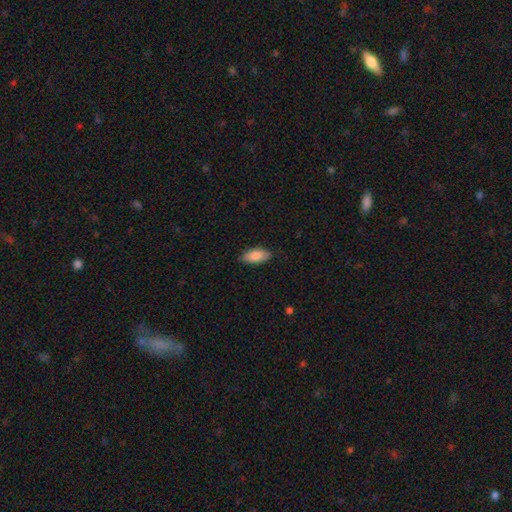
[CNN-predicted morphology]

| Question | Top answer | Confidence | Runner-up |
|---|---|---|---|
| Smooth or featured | smooth | 87% | featured or disk (7%) |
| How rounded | in between | 90% | cigar-shaped (8%) |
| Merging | none | 84% | minor disturbance (13%) |